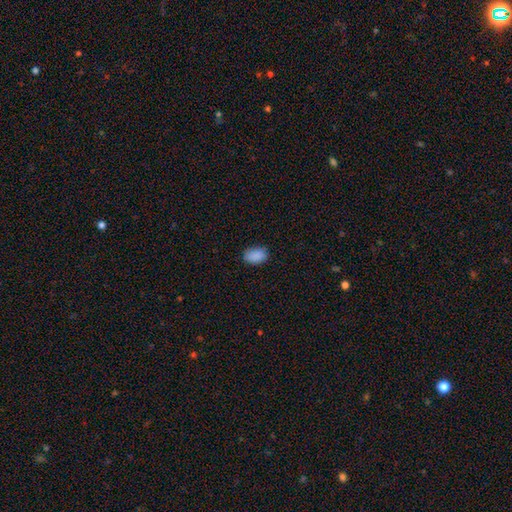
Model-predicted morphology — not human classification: Smooth or featured? Predicted: smooth (p=0.89). How rounded? Predicted: in between (p=0.85). Merging? Predicted: none (p=0.82).